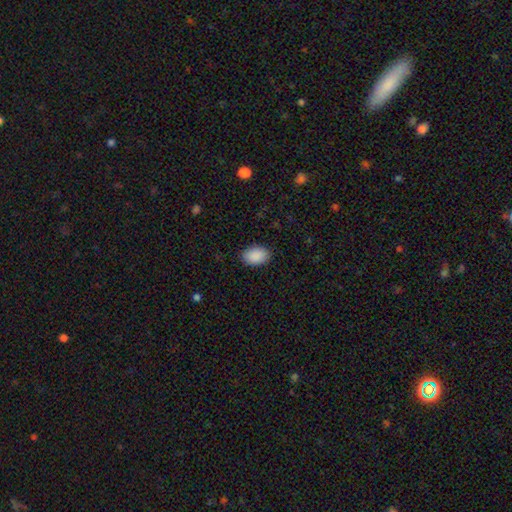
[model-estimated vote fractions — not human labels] Overall: smooth (91%). How rounded: in between (89%). Merging: none (88%).